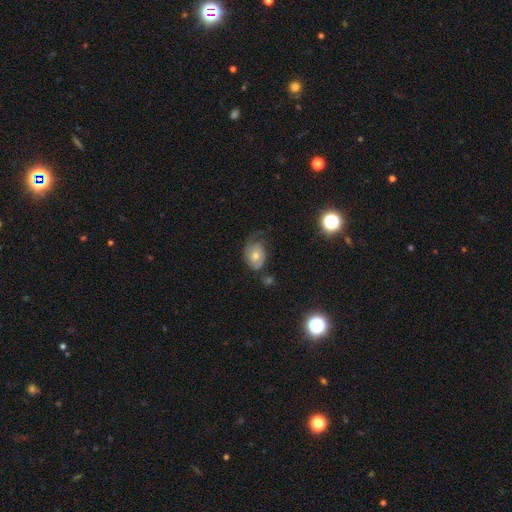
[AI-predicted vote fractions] This is possibly a featured or disk galaxy (49%). Merging: marginally none (39%).